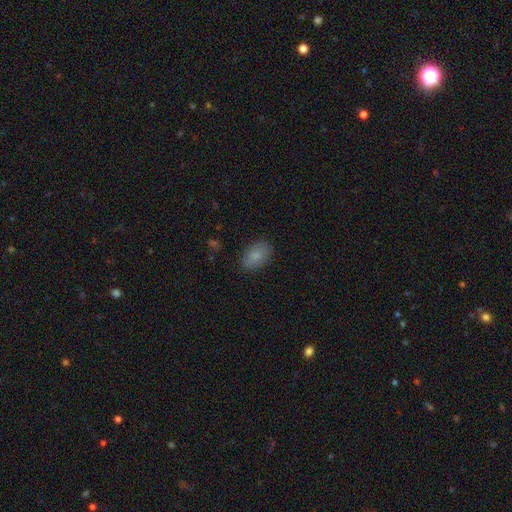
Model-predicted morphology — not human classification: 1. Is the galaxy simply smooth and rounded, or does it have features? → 83% smooth, 10% featured or disk, 8% star or artifact.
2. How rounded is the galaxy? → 89% in between, 9% round, 1% cigar-shaped.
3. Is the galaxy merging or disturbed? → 85% none, 11% minor disturbance, 2% major disturbance, 1% merger.